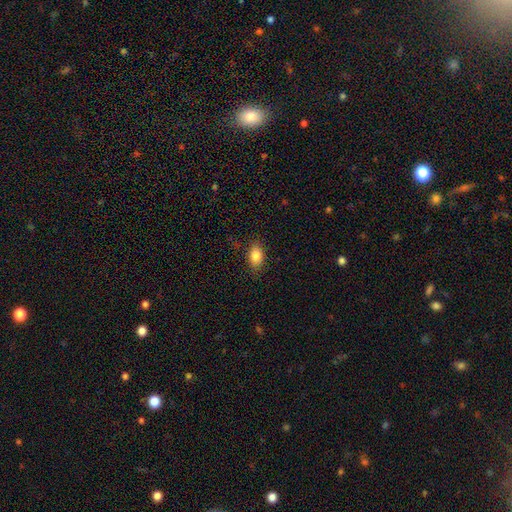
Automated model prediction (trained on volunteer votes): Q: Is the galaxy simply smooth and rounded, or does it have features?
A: smooth — 86%.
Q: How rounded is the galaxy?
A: in between — 88%.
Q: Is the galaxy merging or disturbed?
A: none — 84%.